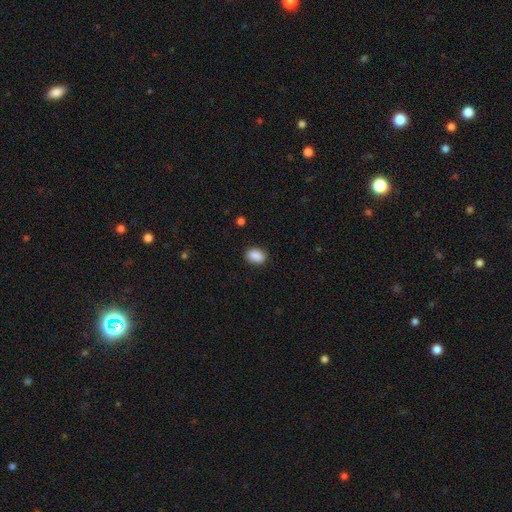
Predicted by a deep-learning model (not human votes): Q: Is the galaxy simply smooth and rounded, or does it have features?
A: smooth — 88%.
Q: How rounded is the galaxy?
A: in between — 82%.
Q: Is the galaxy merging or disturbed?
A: none — 86%.